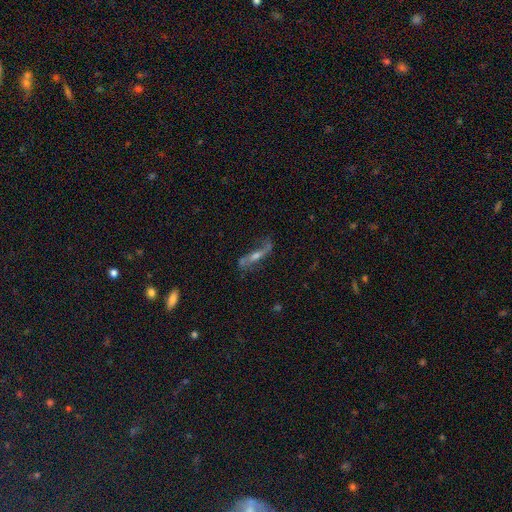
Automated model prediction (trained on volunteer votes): Smooth or featured: featured or disk — 72% (smooth — 15%)
Edge-on disk: no — 64% (yes — 36%)
Merging: none — 64% (minor disturbance — 18%)